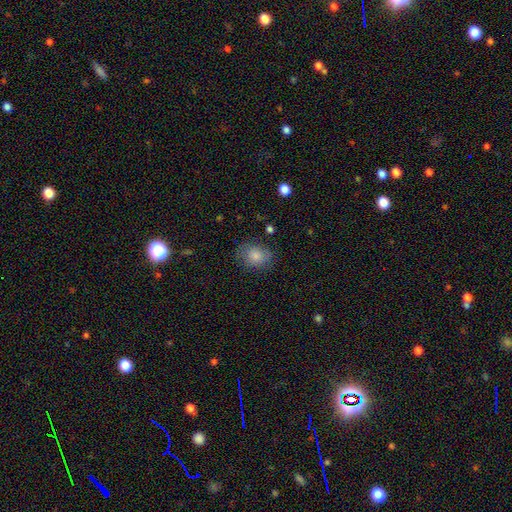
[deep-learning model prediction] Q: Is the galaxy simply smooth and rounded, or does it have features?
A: smooth — 83%.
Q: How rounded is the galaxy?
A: round — 50%.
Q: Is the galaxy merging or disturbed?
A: none — 75%.